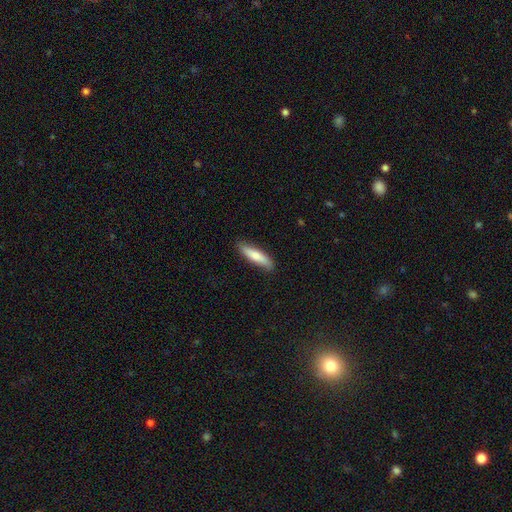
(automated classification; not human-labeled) This is likely a smooth galaxy (73%). How rounded: likely cigar-shaped (76%). Merging: clearly none (86%).